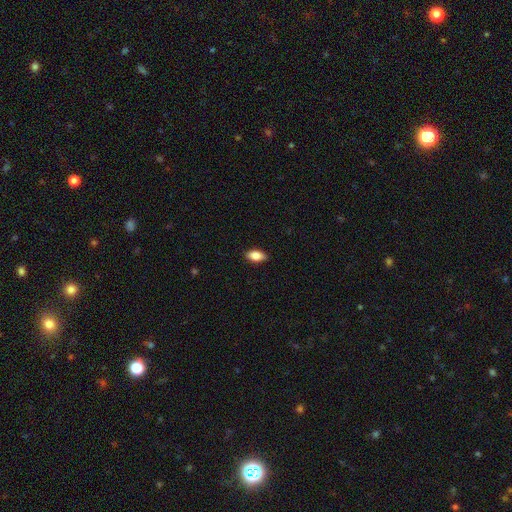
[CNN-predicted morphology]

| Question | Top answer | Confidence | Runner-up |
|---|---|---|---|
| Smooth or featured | smooth | 82% | featured or disk (10%) |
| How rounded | in between | 89% | cigar-shaped (6%) |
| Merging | none | 88% | minor disturbance (10%) |